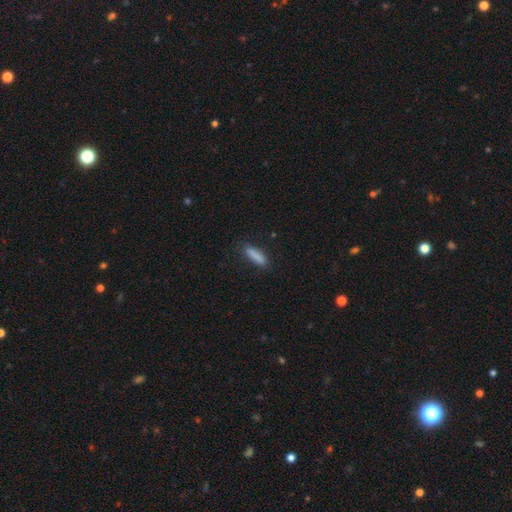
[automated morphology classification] smooth-or-featured: smooth: 86% | star or artifact: 7% | featured or disk: 7%
  how-rounded: cigar-shaped: 73% | in between: 25% | round: 2%
  merging: none: 83% | minor disturbance: 12% | major disturbance: 3% | merger: 1%